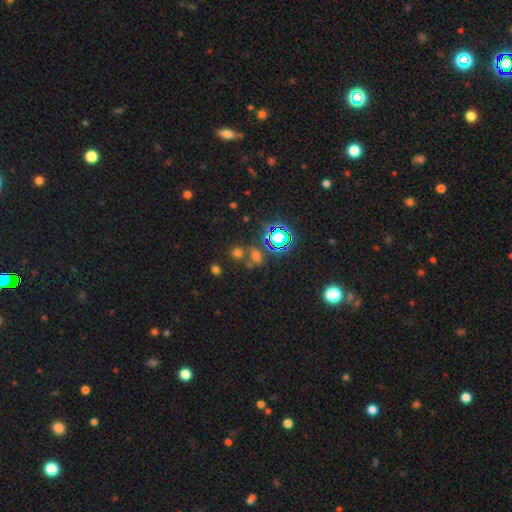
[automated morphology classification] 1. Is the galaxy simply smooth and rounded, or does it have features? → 49% star or artifact, 41% smooth, 9% featured or disk.